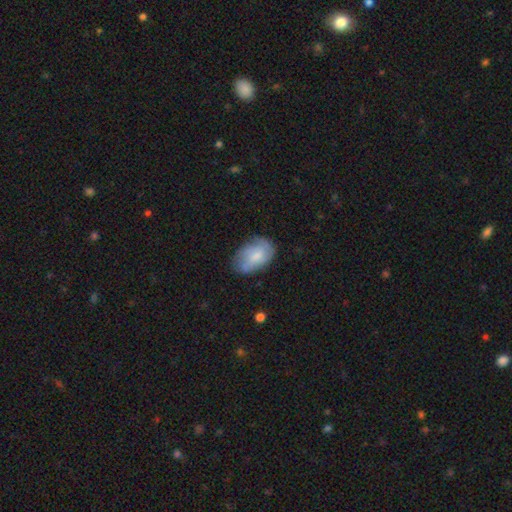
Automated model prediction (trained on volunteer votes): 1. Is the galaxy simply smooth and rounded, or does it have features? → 58% smooth, 34% featured or disk, 7% star or artifact.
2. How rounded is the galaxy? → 89% in between, 9% round, 1% cigar-shaped.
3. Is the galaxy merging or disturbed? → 64% none, 26% minor disturbance, 8% major disturbance, 2% merger.